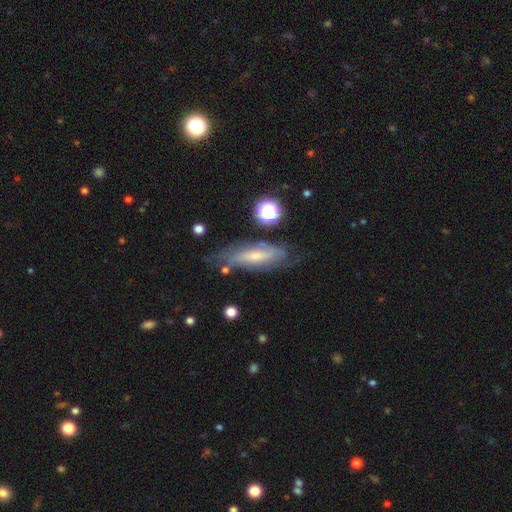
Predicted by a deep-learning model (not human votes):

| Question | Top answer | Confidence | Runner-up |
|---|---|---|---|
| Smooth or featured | featured or disk | 65% | smooth (27%) |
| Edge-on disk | no | 71% | yes (29%) |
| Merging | none | 62% | minor disturbance (22%) |